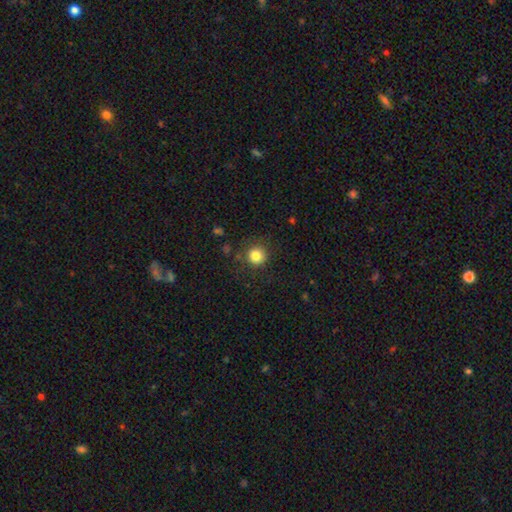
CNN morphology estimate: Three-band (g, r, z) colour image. It shows a smooth galaxy with no disk features (83%) that is round (94%). Merging: none (86%).